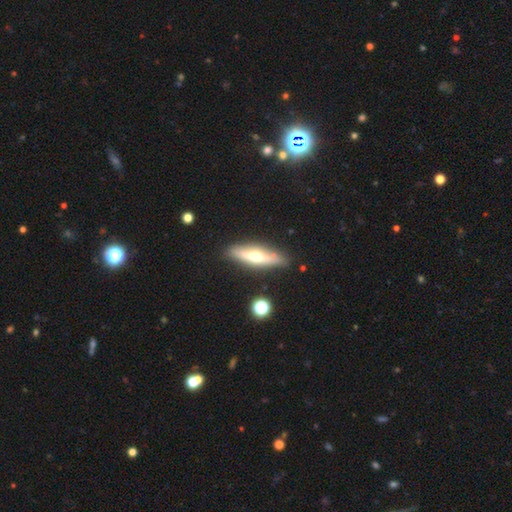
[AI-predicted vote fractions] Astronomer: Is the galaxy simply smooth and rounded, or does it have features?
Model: featured or disk — 54% (runner-up: smooth, 40%).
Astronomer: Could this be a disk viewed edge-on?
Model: yes — 86%.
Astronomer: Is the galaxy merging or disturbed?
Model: none — 85%.